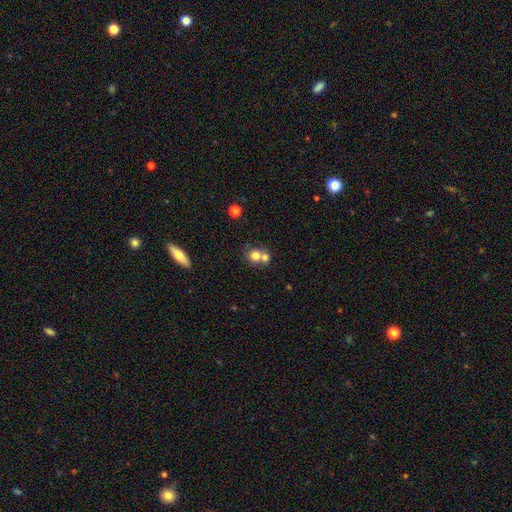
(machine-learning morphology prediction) smooth-or-featured: smooth: 75% | featured or disk: 14% | star or artifact: 11%
  how-rounded: round: 82% | in between: 17% | cigar-shaped: 1%
  merging: merger: 53% | none: 38% | minor disturbance: 6% | major disturbance: 3%